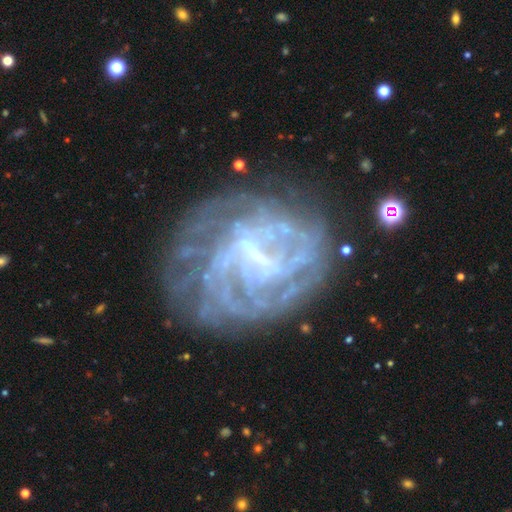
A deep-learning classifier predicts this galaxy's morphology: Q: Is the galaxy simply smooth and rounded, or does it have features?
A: featured or disk — 83%.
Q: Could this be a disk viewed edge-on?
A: no — 97%.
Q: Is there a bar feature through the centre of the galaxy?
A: weak — 49%.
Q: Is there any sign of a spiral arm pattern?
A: yes — 83%.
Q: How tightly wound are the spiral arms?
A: tight — 62%.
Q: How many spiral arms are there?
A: can't tell — 49%.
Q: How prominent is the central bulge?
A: small — 51%.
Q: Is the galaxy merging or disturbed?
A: none — 66%.